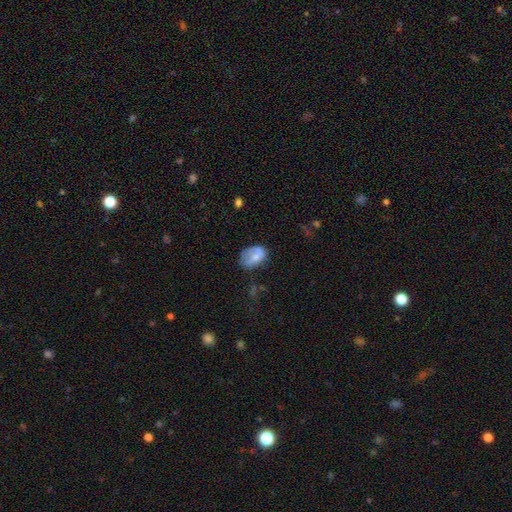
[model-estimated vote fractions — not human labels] This appears to be a smooth galaxy with no disk features (63%) that is in between round and cigar-shaped (79%). Merging: none (43%).